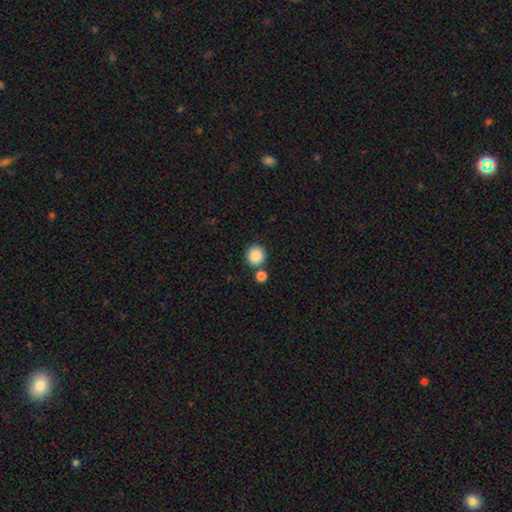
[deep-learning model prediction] The model was most divided on "merging": none: 76%, merger: 15%, minor disturbance: 7%, major disturbance: 2%. More confident: how rounded — round (92%); smooth or featured — smooth (87%).